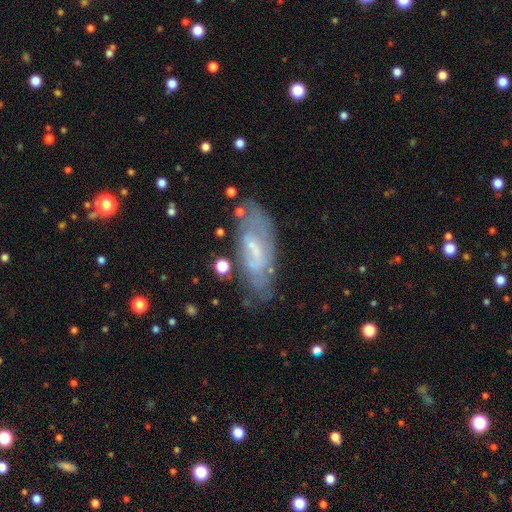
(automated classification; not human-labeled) Overall: featured or disk (59%; smooth 33%). Edge-on disk: no (88%). Bar: no (45%; weak 38%). Spiral arms: no (57%; yes 43%). Bulge size: small (58%; none 20%). Merging: none (58%; minor disturbance 23%).